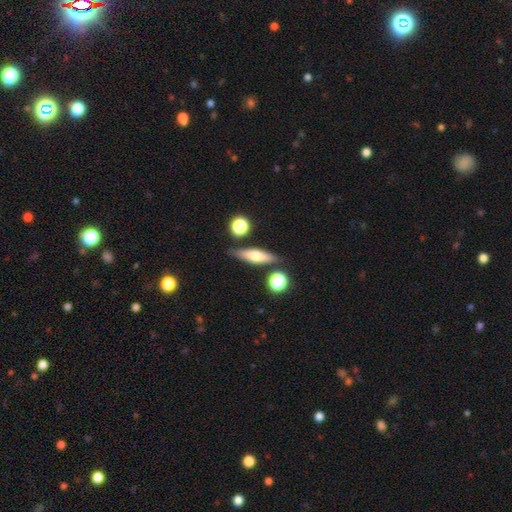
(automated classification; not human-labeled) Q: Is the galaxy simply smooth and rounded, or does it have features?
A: smooth — 53%.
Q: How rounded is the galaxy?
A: cigar-shaped — 61%.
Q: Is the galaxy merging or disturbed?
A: none — 81%.